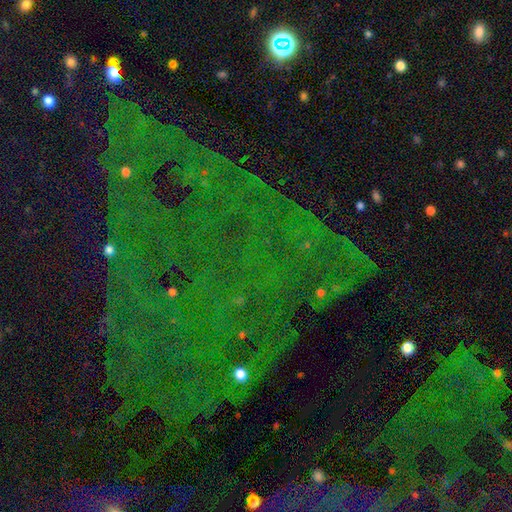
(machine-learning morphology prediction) Smooth or featured?
  - star or artifact: 80% *
  - featured or disk: 11%
  - smooth: 10%